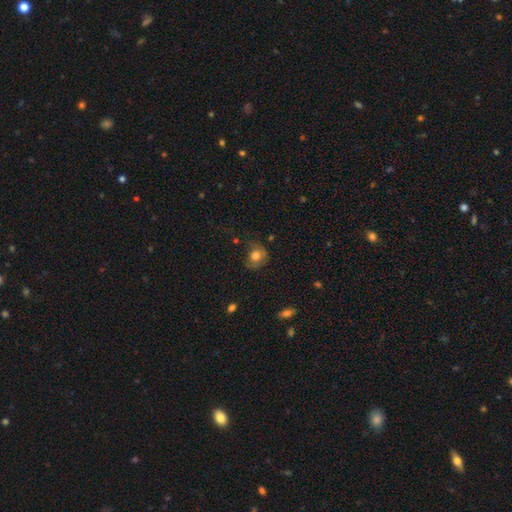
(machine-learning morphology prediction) smooth_or_featured: smooth (p=0.74) [alt: featured or disk p=0.16]
how_rounded: round (p=0.74) [alt: in between p=0.25]
merging: none (p=0.60) [alt: minor disturbance p=0.26]